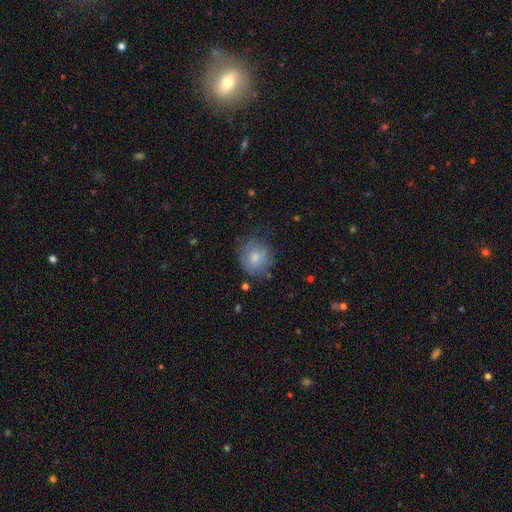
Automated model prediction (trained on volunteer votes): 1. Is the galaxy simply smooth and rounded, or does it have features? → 66% smooth, 25% featured or disk, 8% star or artifact.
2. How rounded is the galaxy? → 81% round, 18% in between, 1% cigar-shaped.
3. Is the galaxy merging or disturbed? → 66% none, 22% minor disturbance, 9% major disturbance, 2% merger.